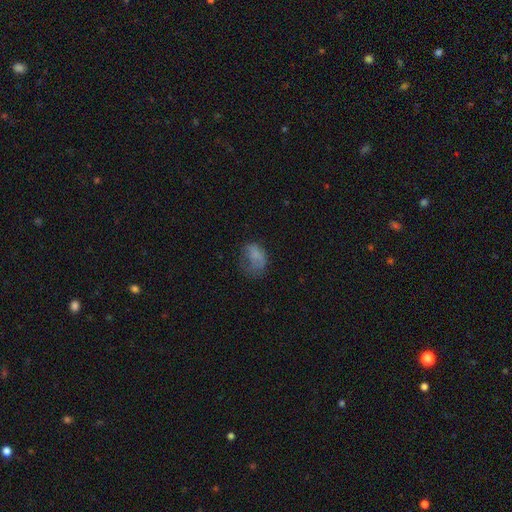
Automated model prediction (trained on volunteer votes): Smooth or featured? smooth (67%)
How rounded? in between (71%)
Merging? none (35%, tied with major disturbance)